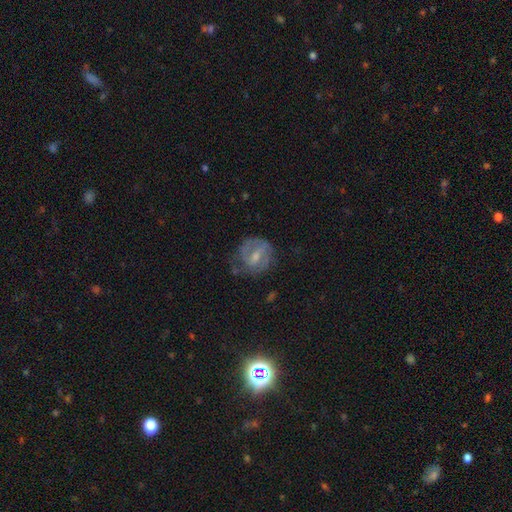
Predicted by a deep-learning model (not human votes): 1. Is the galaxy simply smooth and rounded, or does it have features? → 68% featured or disk, 26% smooth, 7% star or artifact.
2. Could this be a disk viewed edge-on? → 97% no, 3% yes.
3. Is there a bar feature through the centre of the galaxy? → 53% weak, 26% strong, 21% no.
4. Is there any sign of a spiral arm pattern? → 80% yes, 20% no.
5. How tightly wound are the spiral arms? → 42% medium (tied), 42% tight (tied), 16% loose.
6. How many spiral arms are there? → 63% 2, 21% can't tell, 9% 1, 5% 3, 1% 4, 1% more than 4.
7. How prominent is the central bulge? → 49% moderate, 41% small, 6% none, 3% large, 1% dominant.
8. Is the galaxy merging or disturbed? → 59% none, 25% minor disturbance, 13% major disturbance, 2% merger.